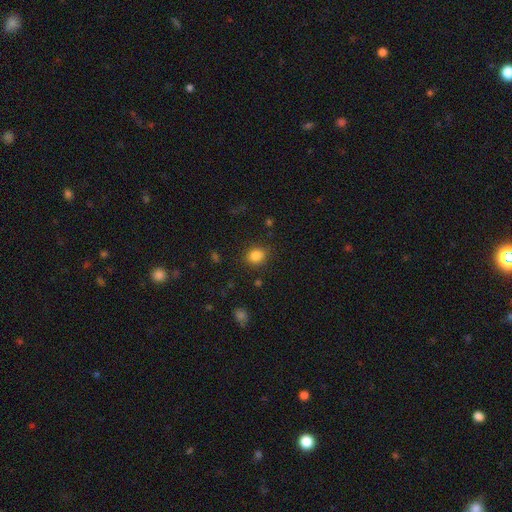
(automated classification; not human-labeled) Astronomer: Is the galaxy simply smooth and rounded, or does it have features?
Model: smooth — 84%.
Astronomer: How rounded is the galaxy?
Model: round — 65%.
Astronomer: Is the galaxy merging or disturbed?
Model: none — 86%.